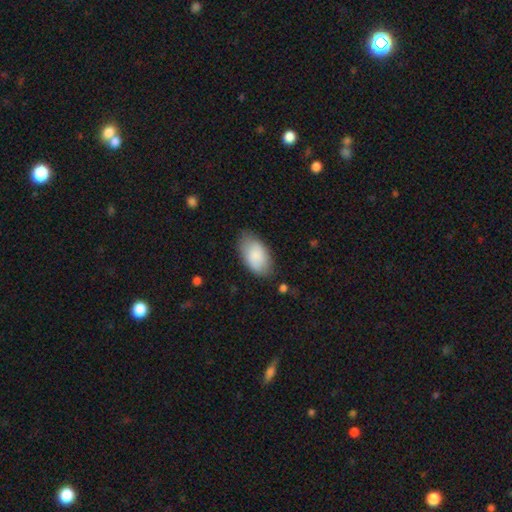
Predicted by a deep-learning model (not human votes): smooth-or-featured: smooth: 86% | featured or disk: 9% | star or artifact: 6%
  how-rounded: in between: 95% | round: 4% | cigar-shaped: 2%
  merging: none: 77% | minor disturbance: 17% | major disturbance: 4% | merger: 2%